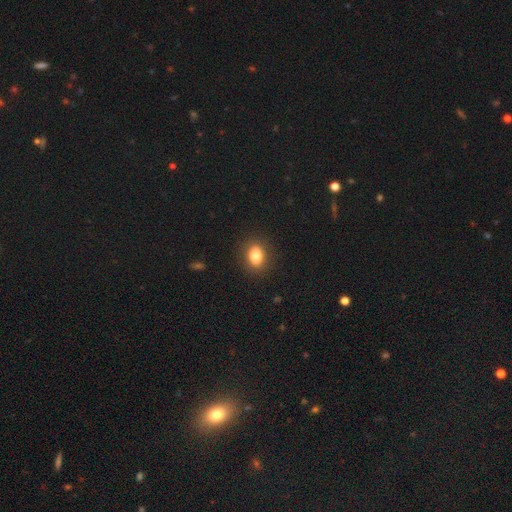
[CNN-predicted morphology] The model was most divided on "how rounded": in between: 64%, round: 34%, cigar-shaped: 2%. More confident: merging — none (88%); smooth or featured — smooth (80%).